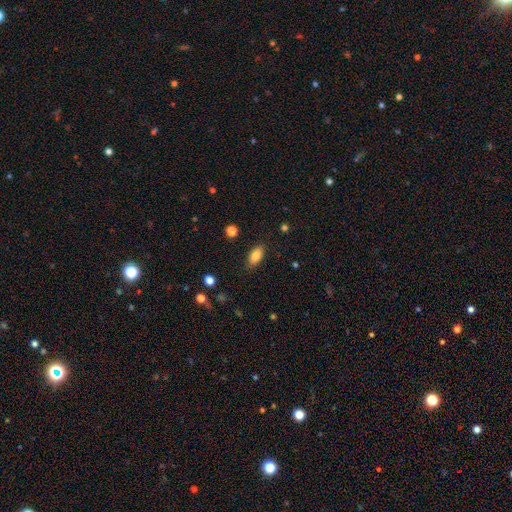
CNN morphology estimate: The model was most divided on "merging": none: 85%, minor disturbance: 11%, major disturbance: 3%, merger: 1%. More confident: how rounded — in between (86%); smooth or featured — smooth (84%).